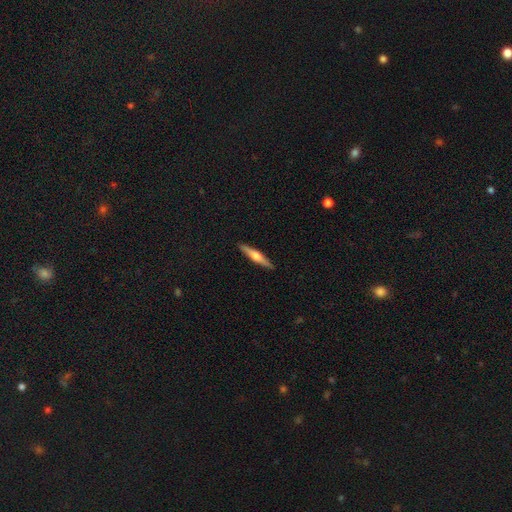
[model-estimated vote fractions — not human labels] A featured or disk galaxy (58%) viewed edge-on (97%) with a rounded central bulge (86%).

Vote fractions:
- Smooth or featured? featured or disk: 58% / smooth: 37% / star or artifact: 5%
- Edge-on disk? yes: 97% / no: 3%
- Edge-on bulge? rounded: 86% / boxy: 8% / none: 6%
- Merging? none: 91% / minor disturbance: 7% / major disturbance: 1% / merger: 1%